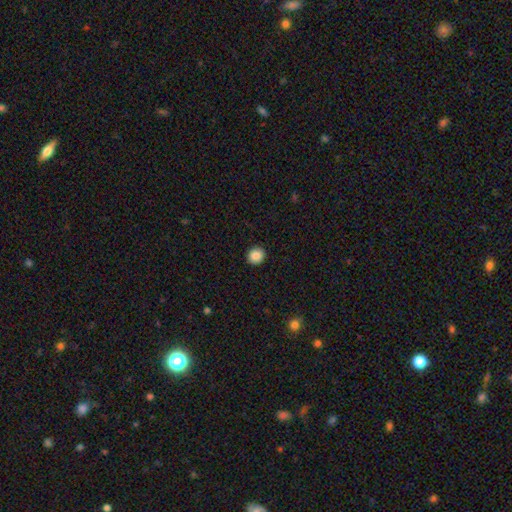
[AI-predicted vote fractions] smooth-or-featured: smooth: 87% | star or artifact: 9% | featured or disk: 4%
  how-rounded: round: 86% | in between: 13% | cigar-shaped: 1%
  merging: none: 92% | minor disturbance: 5% | major disturbance: 2% | merger: 1%